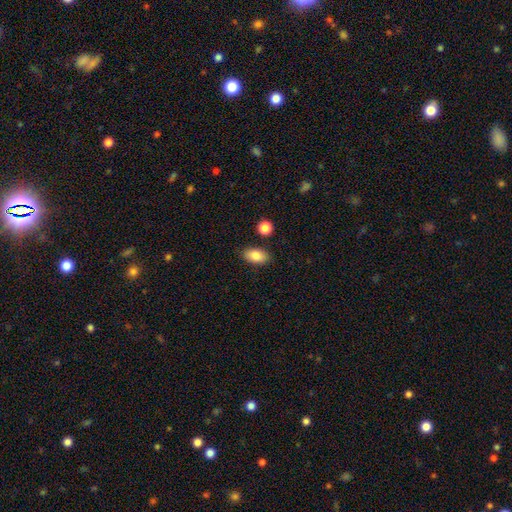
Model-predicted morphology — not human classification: The model was most divided on "merging": none: 86%, minor disturbance: 9%, merger: 3%, major disturbance: 2%. More confident: how rounded — in between (92%); smooth or featured — smooth (85%).